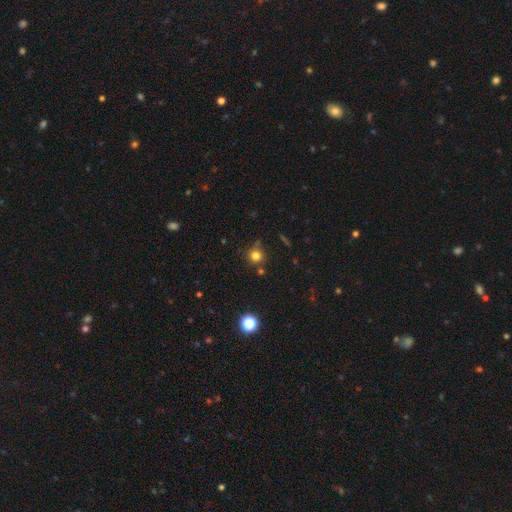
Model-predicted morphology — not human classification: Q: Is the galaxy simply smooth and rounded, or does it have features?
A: smooth — 78%.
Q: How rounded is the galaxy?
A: round — 93%.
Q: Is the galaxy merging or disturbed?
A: none — 79%.